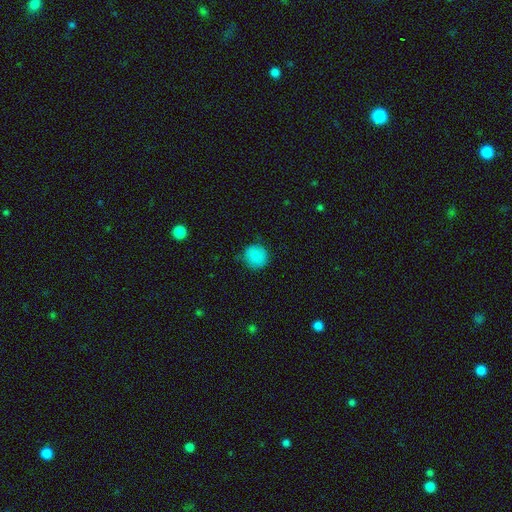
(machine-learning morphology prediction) Smooth or featured?
  - smooth: 86% *
  - star or artifact: 10%
  - featured or disk: 5%
How rounded?
  - round: 90% *
  - in between: 9%
  - cigar-shaped: 1%
Merging?
  - none: 79% *
  - minor disturbance: 16%
  - major disturbance: 3%
  - merger: 1%